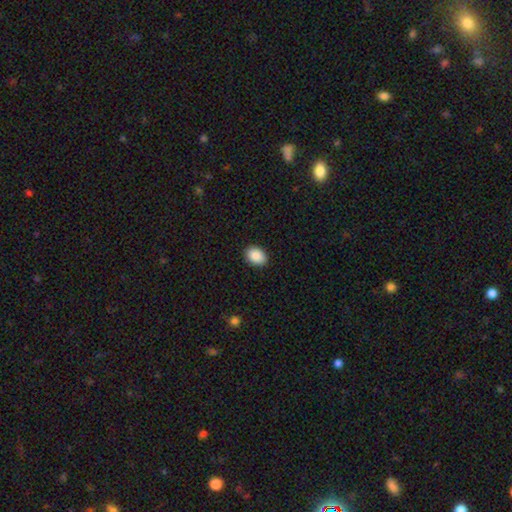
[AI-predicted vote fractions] Smooth or featured?
  - smooth: 88% *
  - star or artifact: 8%
  - featured or disk: 5%
How rounded?
  - in between: 71% *
  - round: 29%
  - cigar-shaped: 1%
Merging?
  - none: 90% *
  - minor disturbance: 7%
  - major disturbance: 2%
  - merger: 1%